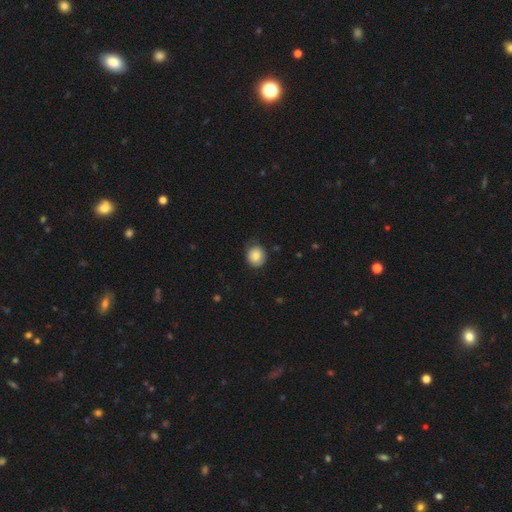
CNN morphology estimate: smooth 84%, featured or disk 9%, star or artifact 8%. Down the decision tree: how rounded — round (80%); merging — none (71%).